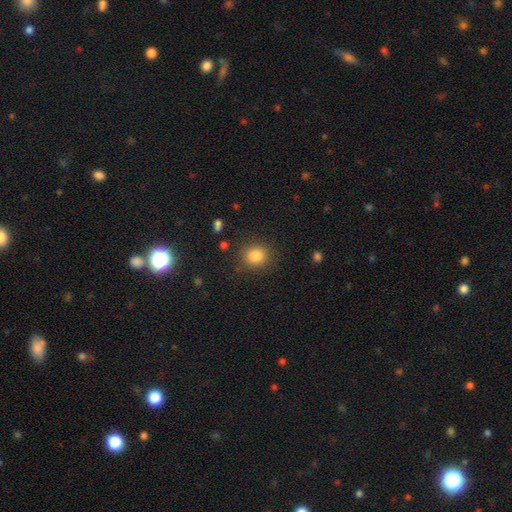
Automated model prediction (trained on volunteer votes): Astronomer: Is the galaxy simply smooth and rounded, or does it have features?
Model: smooth — 84%.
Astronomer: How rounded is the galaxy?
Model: round — 83%.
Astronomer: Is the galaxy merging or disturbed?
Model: none — 86%.